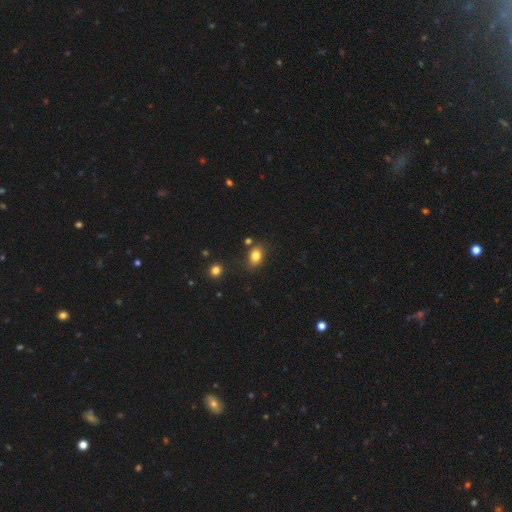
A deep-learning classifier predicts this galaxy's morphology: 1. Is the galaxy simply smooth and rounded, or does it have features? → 81% smooth, 11% star or artifact, 8% featured or disk.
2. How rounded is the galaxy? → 71% in between, 28% round, 1% cigar-shaped.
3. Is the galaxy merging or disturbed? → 77% none, 13% minor disturbance, 6% merger, 3% major disturbance.